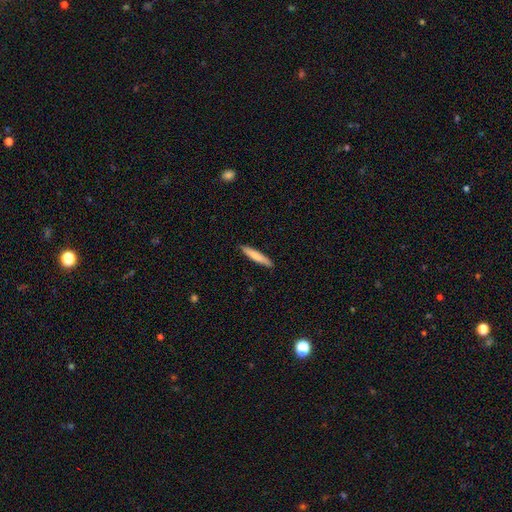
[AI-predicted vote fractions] smooth 77%, featured or disk 17%, star or artifact 5%. Down the decision tree: how rounded — cigar-shaped (92%); merging — none (90%).